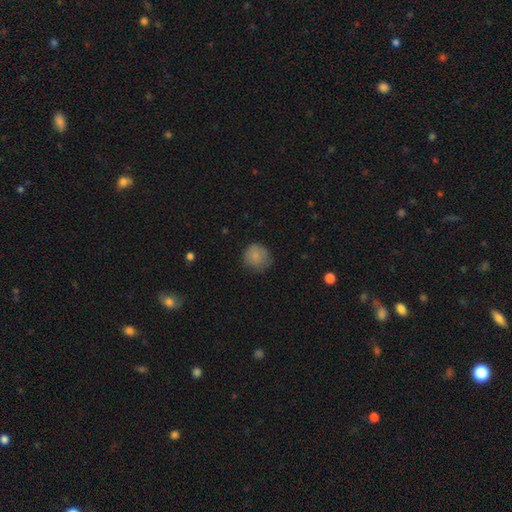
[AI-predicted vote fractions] Smooth or featured?
  - smooth: 83% *
  - star or artifact: 9%
  - featured or disk: 8%
How rounded?
  - round: 89% *
  - in between: 10%
  - cigar-shaped: 1%
Merging?
  - none: 74% *
  - minor disturbance: 20%
  - major disturbance: 5%
  - merger: 1%